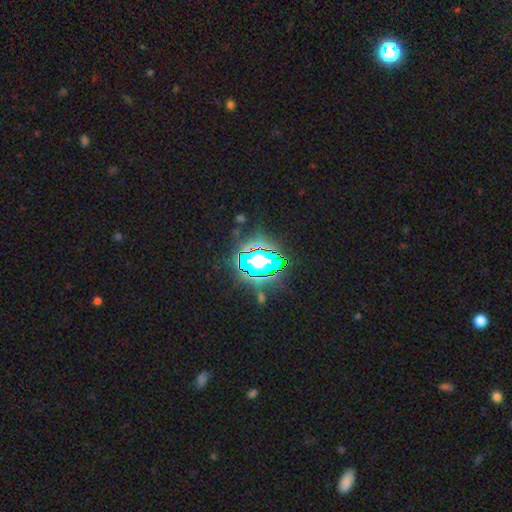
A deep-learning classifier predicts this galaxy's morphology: type=star or artifact (68%).